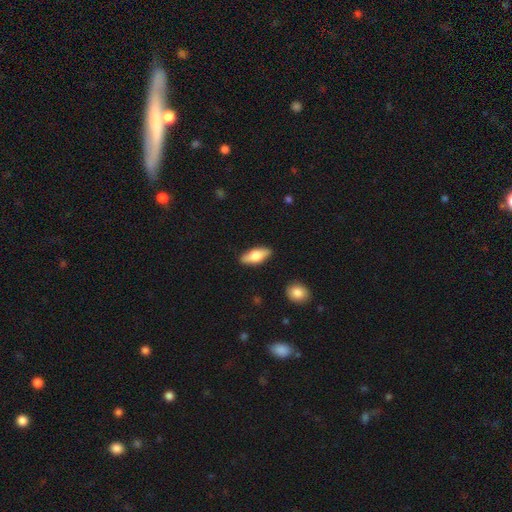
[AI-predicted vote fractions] This appears to be a smooth galaxy with no disk features (63%) that is in between round and cigar-shaped (75%). Merging: none (88%).